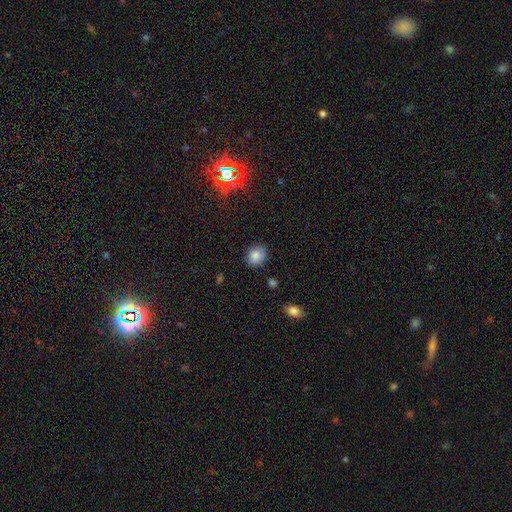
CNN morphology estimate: Overall: smooth (83%). How rounded: round (62%; in between 37%). Merging: none (84%).